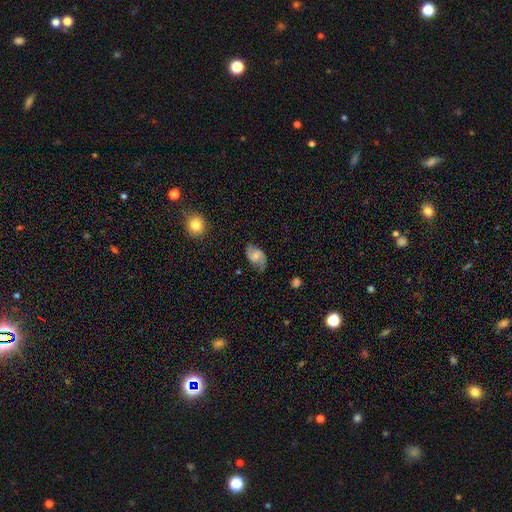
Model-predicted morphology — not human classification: smooth-or-featured: featured or disk: 70% | smooth: 23% | star or artifact: 7%
  disk-edge-on: no: 97% | yes: 3%
    bar: no: 45% | weak: 44% | strong: 10%
    has-spiral-arms: yes: 93% | no: 7%
      spiral-winding: loose: 43% | medium: 42% | tight: 15%
      spiral-arm-count: 2: 90% | can't tell: 4% | 1: 3% | 3: 1% | 4: 1% | more than 4: 1%
    bulge-size: moderate: 44% | small: 41% | none: 9% | large: 4% | dominant: 1%
  merging: none: 73% | minor disturbance: 19% | major disturbance: 6% | merger: 2%